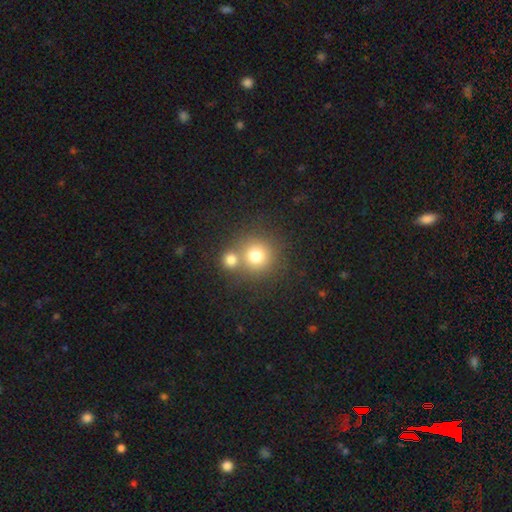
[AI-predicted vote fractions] Q: Smooth or featured?
A: smooth (74%); runner-up: star or artifact (14%)
Q: How rounded?
A: round (92%); runner-up: in between (7%)
Q: Merging?
A: none (55%); runner-up: merger (36%)